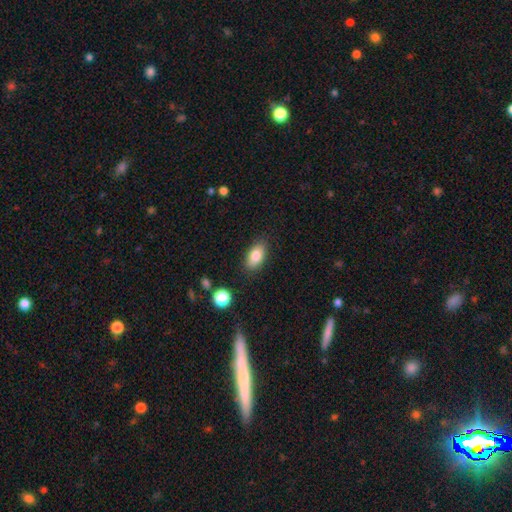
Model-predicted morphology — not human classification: This appears to be a smooth galaxy with no disk features (83%) that is in between round and cigar-shaped (90%). Merging: none (83%).